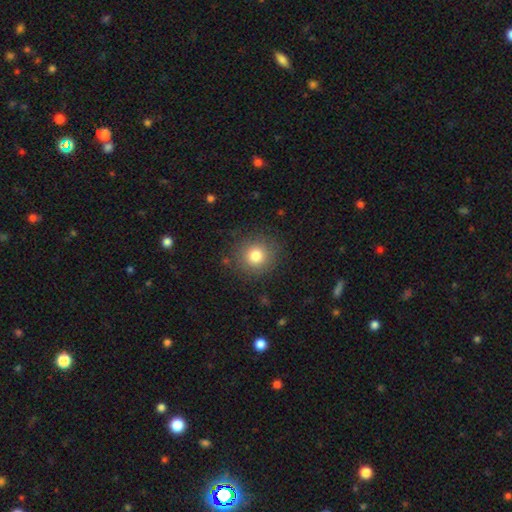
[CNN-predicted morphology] Smooth or featured? smooth (81%)
How rounded? round (90%)
Merging? none (86%)